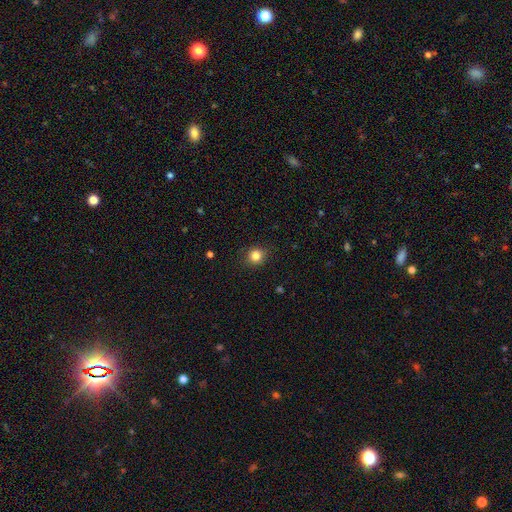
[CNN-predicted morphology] Overall: smooth (83%). How rounded: round (85%). Merging: none (89%).